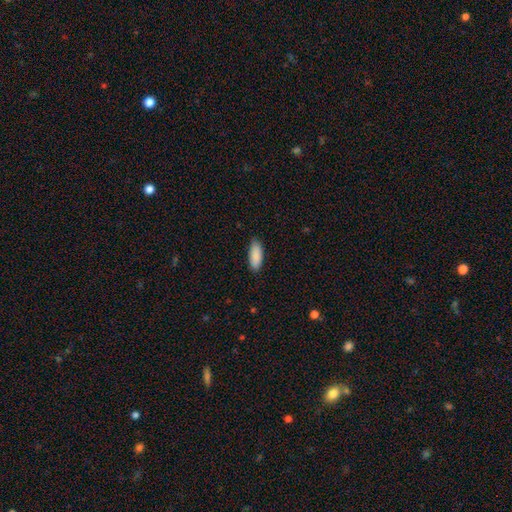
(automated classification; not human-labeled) smooth_or_featured: smooth (p=0.90) [alt: star or artifact p=0.06]
how_rounded: in between (p=0.76) [alt: cigar-shaped p=0.22]
merging: none (p=0.85) [alt: minor disturbance p=0.12]